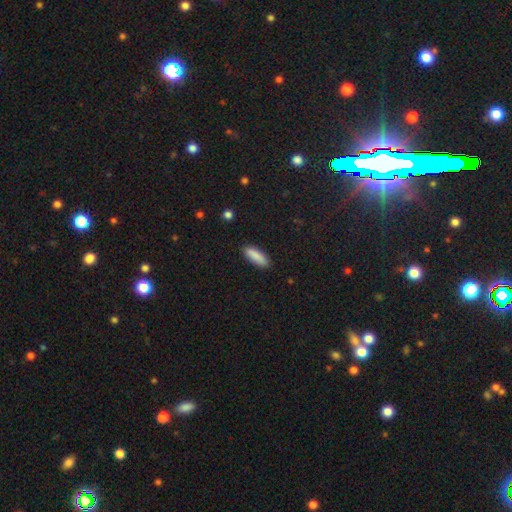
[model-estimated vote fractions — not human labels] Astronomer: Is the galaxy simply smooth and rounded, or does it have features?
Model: smooth — 88%.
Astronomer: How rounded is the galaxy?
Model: in between — 50% (runner-up: cigar-shaped, 48%).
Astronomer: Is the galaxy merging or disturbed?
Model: none — 88%.